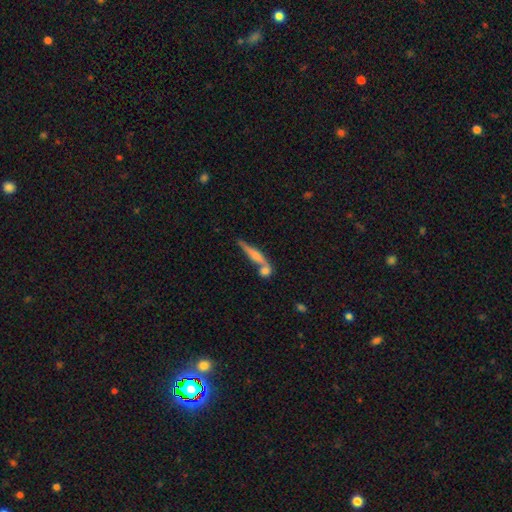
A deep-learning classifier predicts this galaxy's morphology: Q: Smooth or featured?
A: featured or disk (47%); runner-up: smooth (45%)
Q: Merging?
A: none (48%); runner-up: merger (34%)